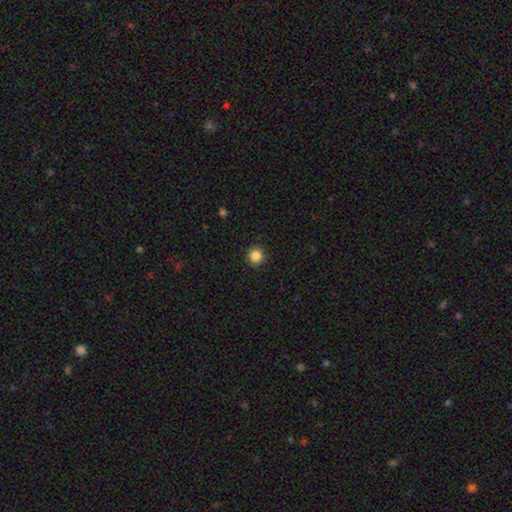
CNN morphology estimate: This appears to be a smooth galaxy with no disk features (86%) that is round (94%). Merging: none (91%).